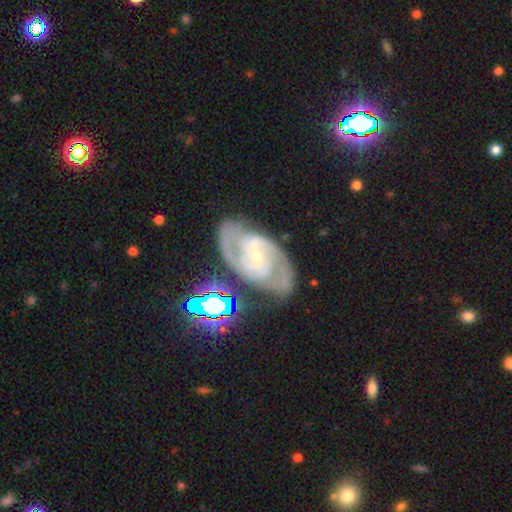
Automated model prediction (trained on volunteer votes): Morphology: type=featured or disk (89%); edge-on=no (96%); bar=weak (41%); spiral arms=yes (98%); winding=medium (51%); arm count=2 (83%); bulge=small (72%); merging=none (73%).